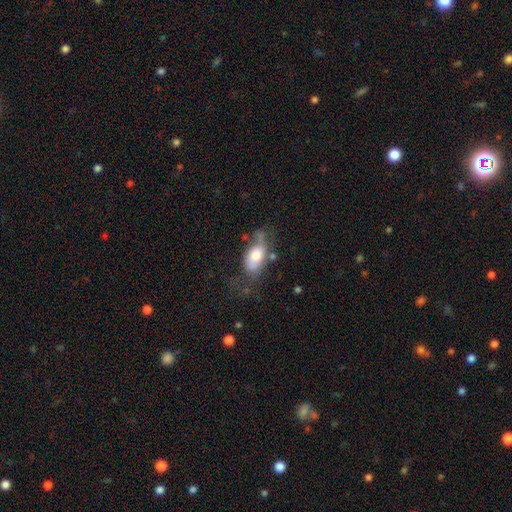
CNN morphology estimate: A smooth galaxy with no disk features (70%) that is in between round and cigar-shaped (90%). Merging: none (37%).